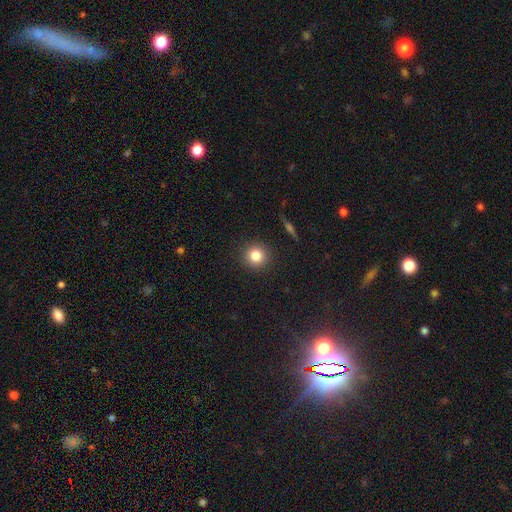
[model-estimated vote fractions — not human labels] Overall: smooth (82%). How rounded: round (93%). Merging: none (91%).